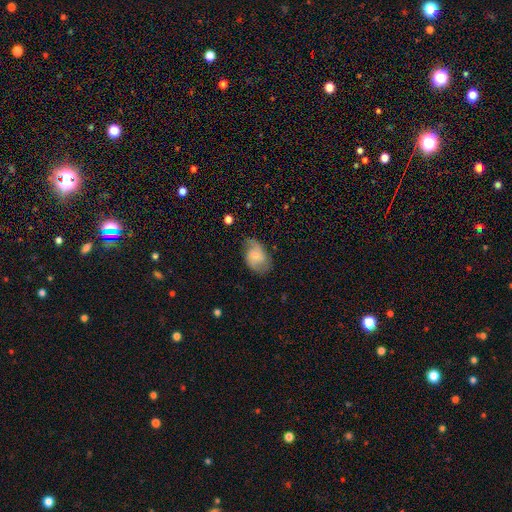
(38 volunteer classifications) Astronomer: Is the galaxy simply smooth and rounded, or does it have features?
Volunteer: featured or disk — 63%.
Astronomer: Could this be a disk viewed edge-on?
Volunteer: no — 96%.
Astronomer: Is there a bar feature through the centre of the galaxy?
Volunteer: no — 70%.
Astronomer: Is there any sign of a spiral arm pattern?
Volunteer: yes — 91%.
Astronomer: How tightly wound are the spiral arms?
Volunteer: loose — 52% (runner-up: medium, 33%).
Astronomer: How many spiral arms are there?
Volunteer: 2 — 100%.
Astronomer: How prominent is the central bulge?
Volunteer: small — 57%.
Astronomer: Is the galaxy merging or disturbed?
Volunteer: none — 64%.